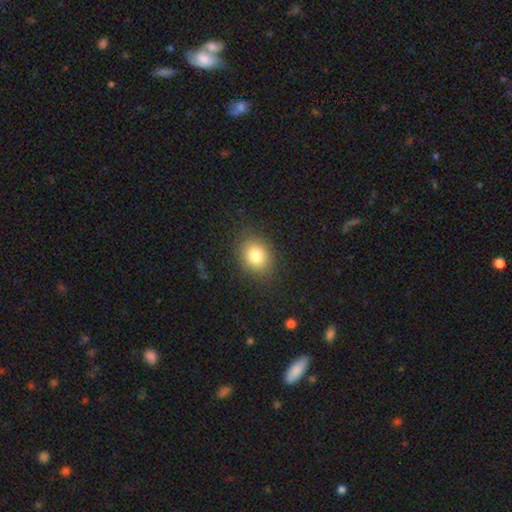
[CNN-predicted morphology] smooth 80%, star or artifact 11%, featured or disk 9%. Down the decision tree: how rounded — round (55%); merging — none (86%).